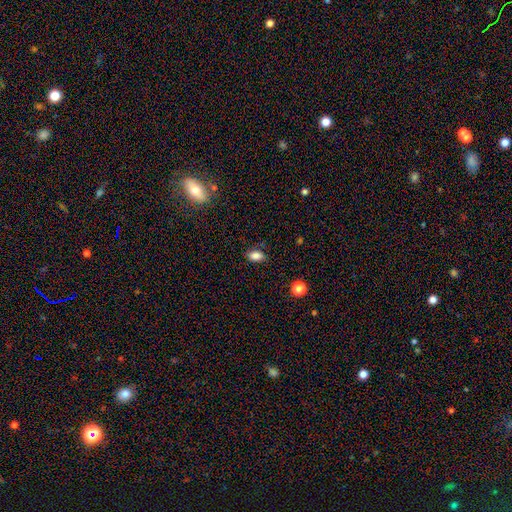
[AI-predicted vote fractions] Smooth or featured? smooth (84%)
How rounded? in between (88%)
Merging? none (83%)